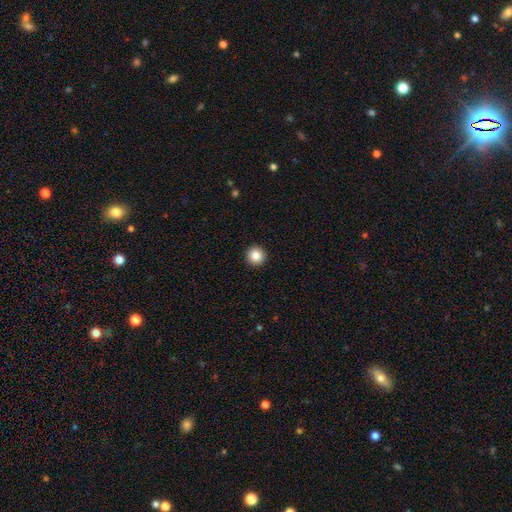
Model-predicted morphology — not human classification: A smooth galaxy with no disk features (85%) that is round (97%). Merging: none (94%).